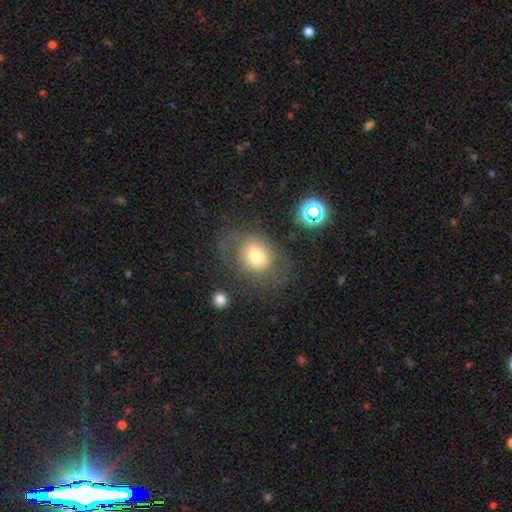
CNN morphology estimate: smooth 65%, featured or disk 23%, star or artifact 12%. Down the decision tree: how rounded — round (53%); merging — none (60%).